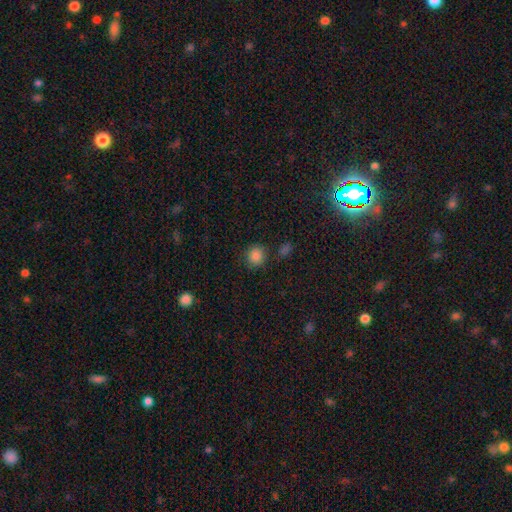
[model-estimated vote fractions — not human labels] A smooth galaxy with no disk features (84%) that is round (84%). Merging: none (82%).